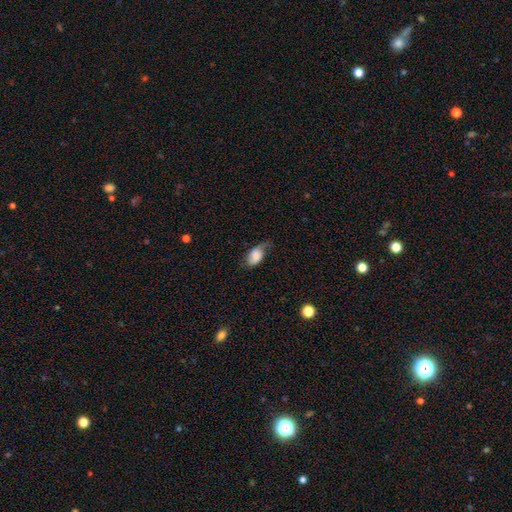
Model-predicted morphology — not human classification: A smooth galaxy with no disk features (66%) that is in between round and cigar-shaped (90%).

Vote fractions:
- Smooth or featured? smooth: 66% / featured or disk: 25% / star or artifact: 8%
- How rounded? in between: 90% / round: 8% / cigar-shaped: 2%
- Merging? none: 38% (tied) / minor disturbance: 38% (tied) / major disturbance: 21% / merger: 2%